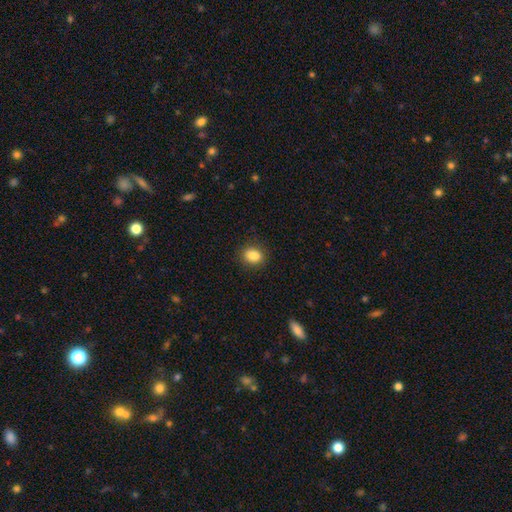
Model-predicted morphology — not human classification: smooth-or-featured: smooth: 86% | star or artifact: 9% | featured or disk: 4%
  how-rounded: in between: 51% | round: 48% | cigar-shaped: 1%
  merging: none: 87% | minor disturbance: 10% | major disturbance: 3% | merger: 1%